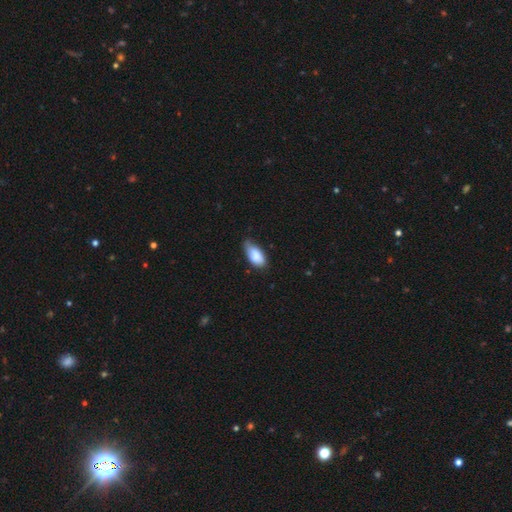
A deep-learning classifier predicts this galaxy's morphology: This is clearly a smooth galaxy (85%). How rounded: clearly in between (91%). Merging: possibly none (49%).